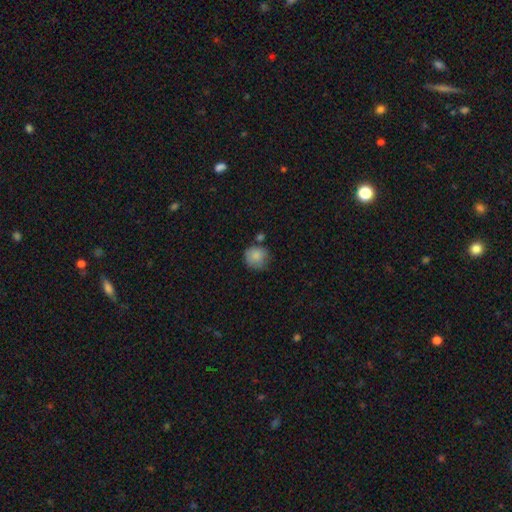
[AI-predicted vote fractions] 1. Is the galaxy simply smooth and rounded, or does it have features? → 85% smooth, 8% star or artifact, 6% featured or disk.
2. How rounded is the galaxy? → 90% round, 10% in between, 1% cigar-shaped.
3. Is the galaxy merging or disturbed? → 66% none, 21% minor disturbance, 9% merger, 5% major disturbance.